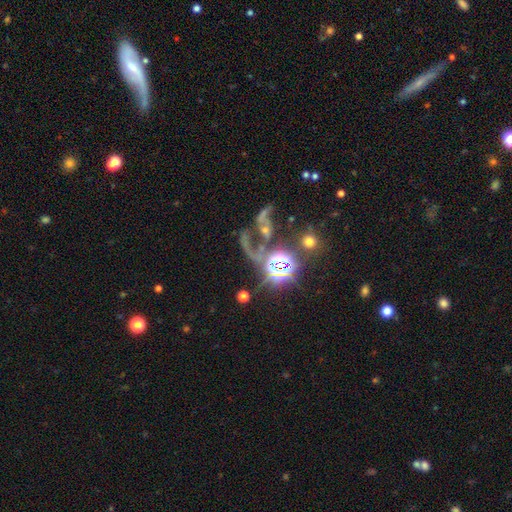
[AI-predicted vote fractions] Smooth or featured?
  - star or artifact: 59% *
  - featured or disk: 22%
  - smooth: 20%